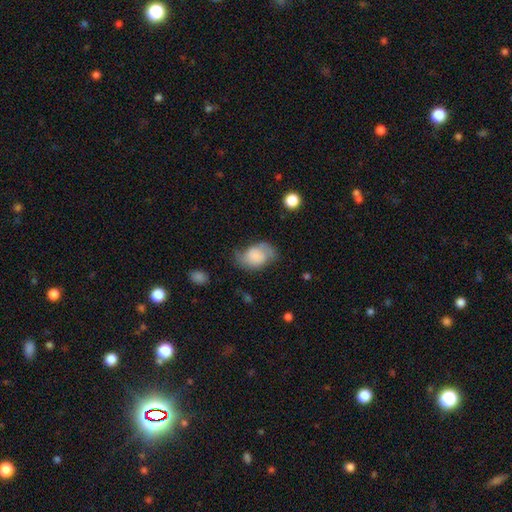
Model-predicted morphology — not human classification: smooth 51%, featured or disk 41%, star or artifact 8%. Down the decision tree: how rounded — in between (78%); merging — none (51%).